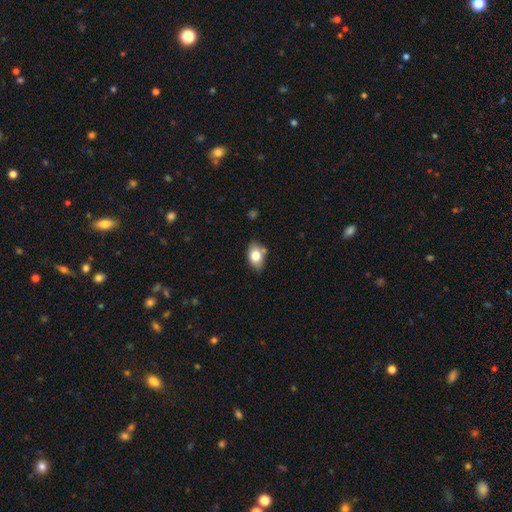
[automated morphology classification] A smooth galaxy with no disk features (75%) that is in between round and cigar-shaped (81%). Merging: none (69%).